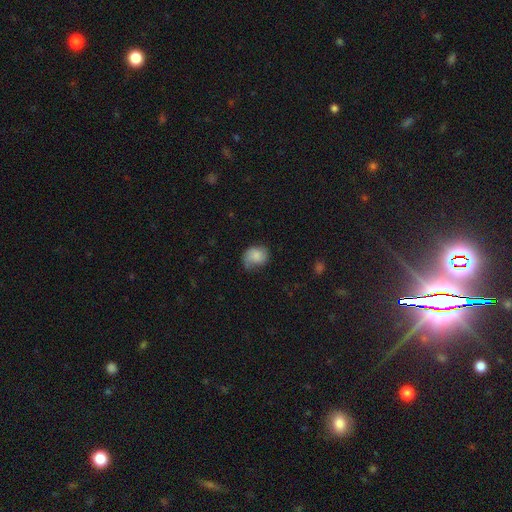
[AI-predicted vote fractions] Smooth or featured: smooth — 67% (featured or disk — 24%)
How rounded: round — 53% (in between — 46%)
Merging: none — 47% (minor disturbance — 34%)